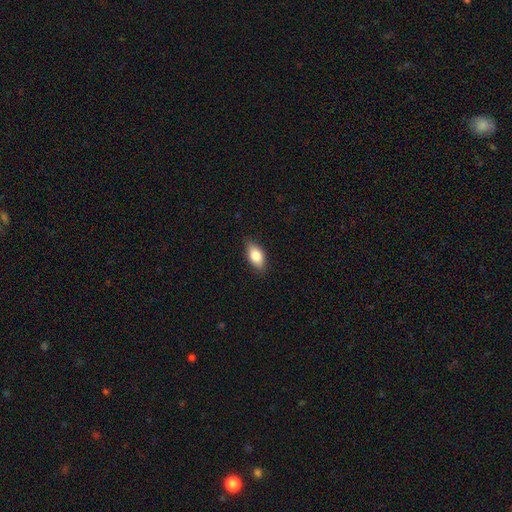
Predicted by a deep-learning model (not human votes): Smooth or featured?
  - smooth: 82% *
  - featured or disk: 12%
  - star or artifact: 7%
How rounded?
  - in between: 89% *
  - cigar-shaped: 6%
  - round: 4%
Merging?
  - none: 83% *
  - minor disturbance: 13%
  - major disturbance: 3%
  - merger: 1%